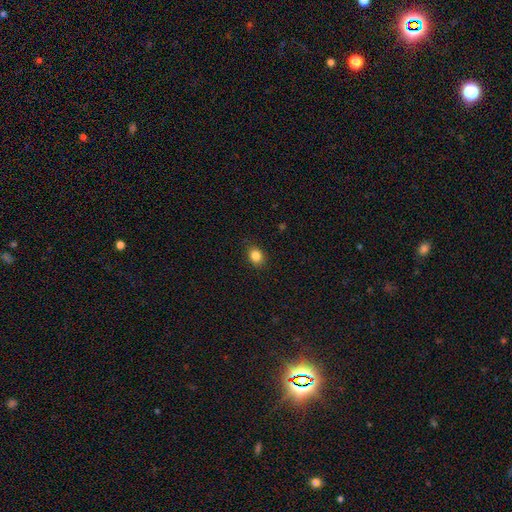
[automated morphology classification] A smooth galaxy with no disk features (84%) that is in between round and cigar-shaped (53%).

Vote fractions:
- Smooth or featured? smooth: 84% / star or artifact: 10% / featured or disk: 5%
- How rounded? in between: 53% / round: 46% / cigar-shaped: 1%
- Merging? none: 87% / minor disturbance: 9% / major disturbance: 2% / merger: 1%